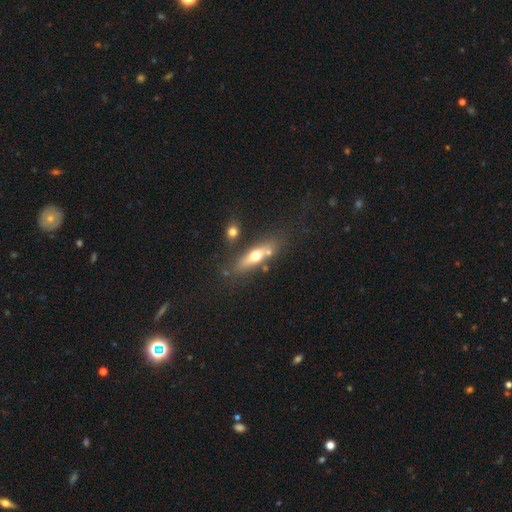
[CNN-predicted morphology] Overall: smooth (49%; featured or disk 43%). Merging: none (65%).